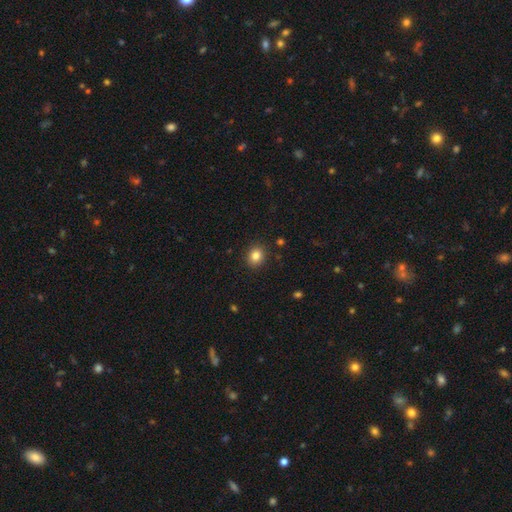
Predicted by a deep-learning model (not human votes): Smooth or featured? smooth (84%)
How rounded? round (69%)
Merging? none (90%)